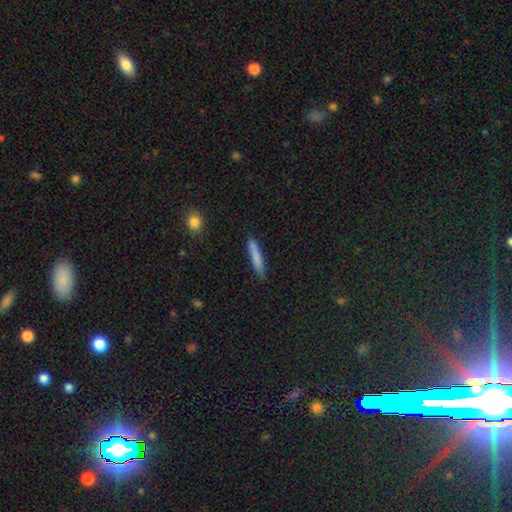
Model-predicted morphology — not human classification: Smooth or featured: smooth — 78% (featured or disk — 15%)
How rounded: cigar-shaped — 93% (in between — 5%)
Merging: none — 83% (minor disturbance — 13%)